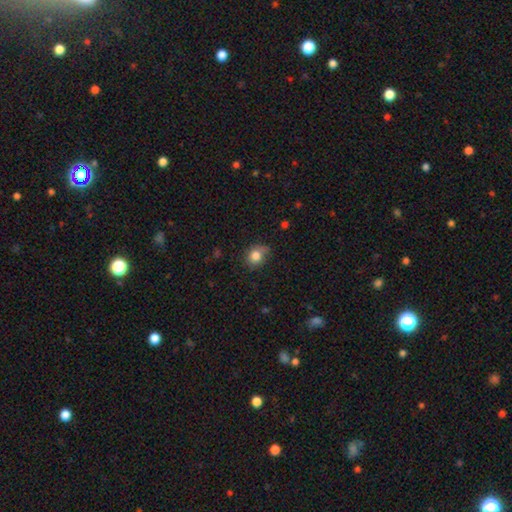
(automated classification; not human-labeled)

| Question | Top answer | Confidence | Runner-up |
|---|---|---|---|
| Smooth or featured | smooth | 82% | star or artifact (10%) |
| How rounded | round | 65% | in between (34%) |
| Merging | none | 62% | minor disturbance (29%) |